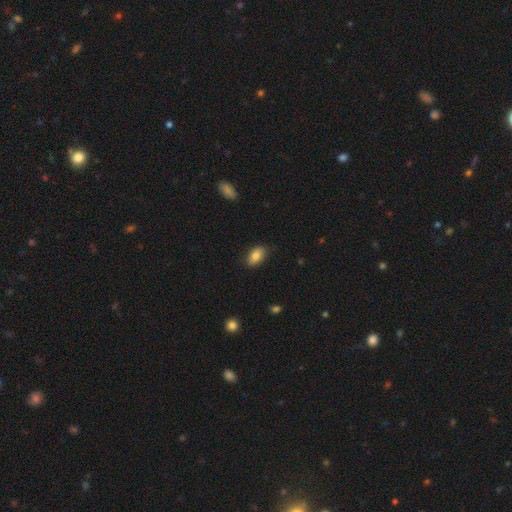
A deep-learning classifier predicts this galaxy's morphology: A smooth galaxy with no disk features (82%) that is in between round and cigar-shaped (91%).

Vote fractions:
- Smooth or featured? smooth: 82% / featured or disk: 11% / star or artifact: 8%
- How rounded? in between: 91% / round: 6% / cigar-shaped: 3%
- Merging? none: 81% / minor disturbance: 15% / major disturbance: 3% / merger: 1%